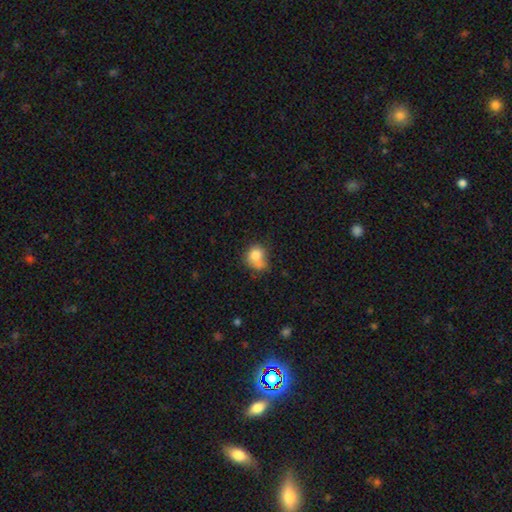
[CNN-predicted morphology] Q: Smooth or featured?
A: smooth (79%); runner-up: featured or disk (11%)
Q: How rounded?
A: round (68%); runner-up: in between (31%)
Q: Merging?
A: none (40%); runner-up: minor disturbance (30%)